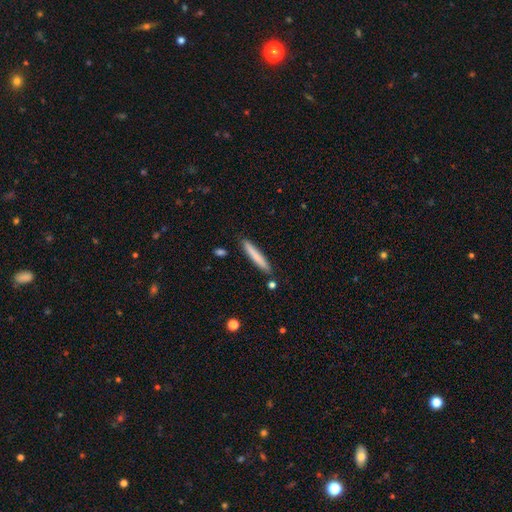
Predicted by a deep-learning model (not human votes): This appears to be a smooth galaxy with no disk features (76%) that is cigar-shaped (95%). Merging: none (87%).